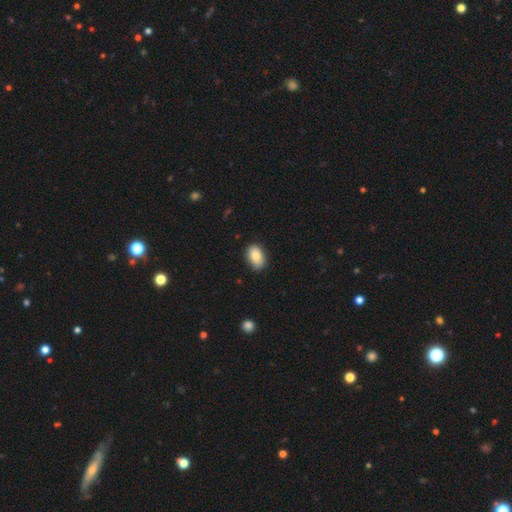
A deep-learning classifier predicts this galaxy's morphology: Q: Smooth or featured?
A: smooth (84%); runner-up: featured or disk (8%)
Q: How rounded?
A: in between (87%); runner-up: round (11%)
Q: Merging?
A: none (80%); runner-up: minor disturbance (17%)